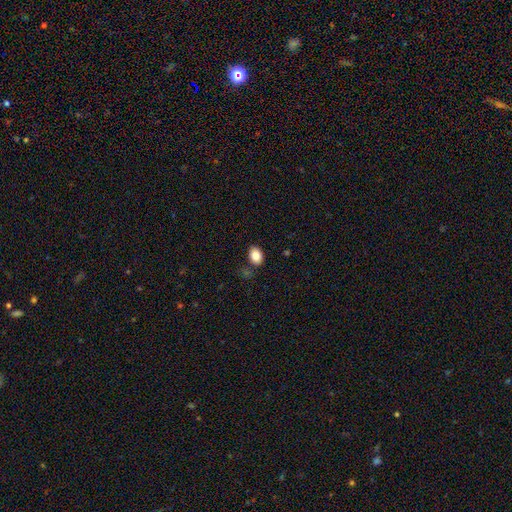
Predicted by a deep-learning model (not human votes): Smooth or featured?
  - smooth: 86% *
  - star or artifact: 8%
  - featured or disk: 6%
How rounded?
  - in between: 79% *
  - round: 20%
  - cigar-shaped: 1%
Merging?
  - none: 82% *
  - minor disturbance: 11%
  - merger: 4%
  - major disturbance: 3%